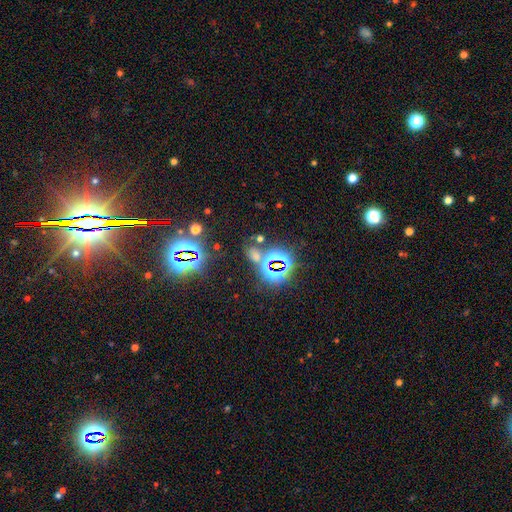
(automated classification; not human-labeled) star or artifact 63%, smooth 29%, featured or disk 8%.